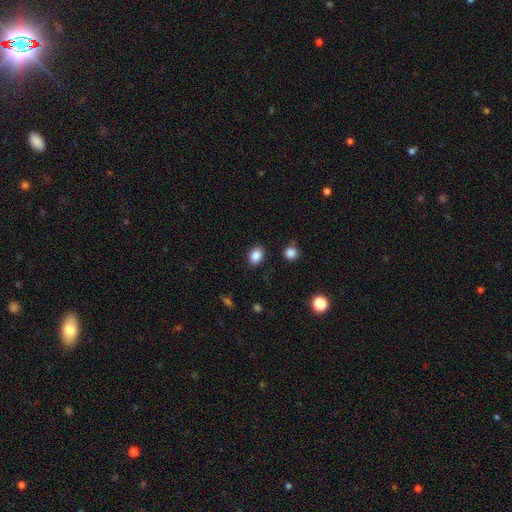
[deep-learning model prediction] Smooth or featured: smooth — 87% (star or artifact — 9%)
How rounded: in between — 64% (round — 35%)
Merging: none — 87% (minor disturbance — 9%)